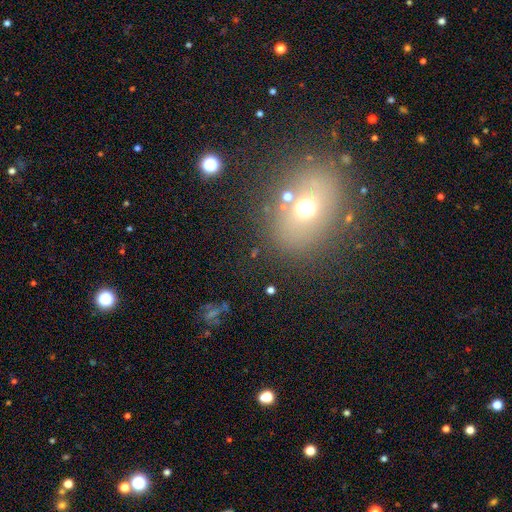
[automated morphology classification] Smooth or featured? smooth (51%)
How rounded? in between (50%)
Merging? none (80%)